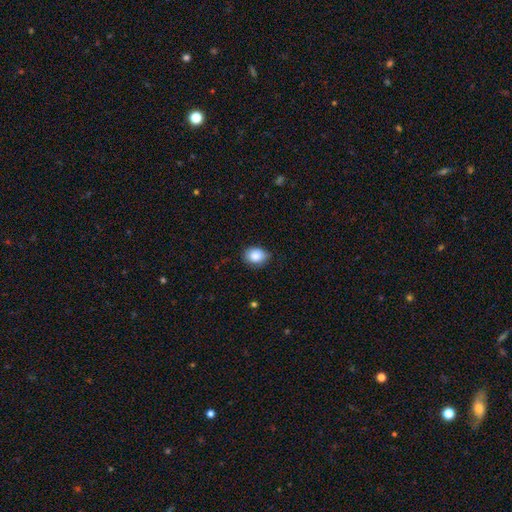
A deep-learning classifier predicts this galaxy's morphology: Smooth or featured? Predicted: smooth (p=0.86). How rounded? Predicted: in between (p=0.60). Merging? Predicted: none (p=0.73).